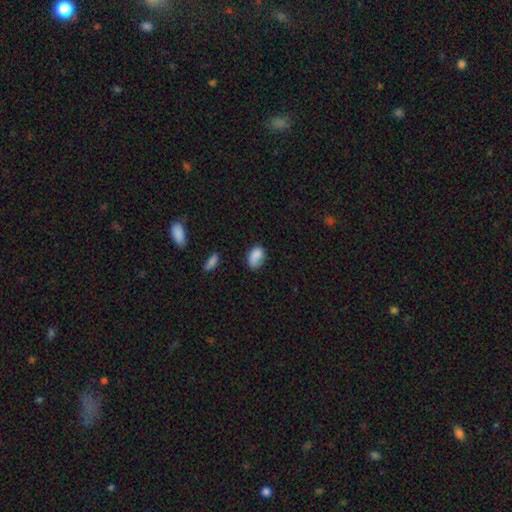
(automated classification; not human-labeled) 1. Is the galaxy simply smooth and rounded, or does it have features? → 83% smooth, 9% star or artifact, 9% featured or disk.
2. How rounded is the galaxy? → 84% in between, 15% round, 2% cigar-shaped.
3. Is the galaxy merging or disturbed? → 58% none, 29% minor disturbance, 9% major disturbance, 4% merger.